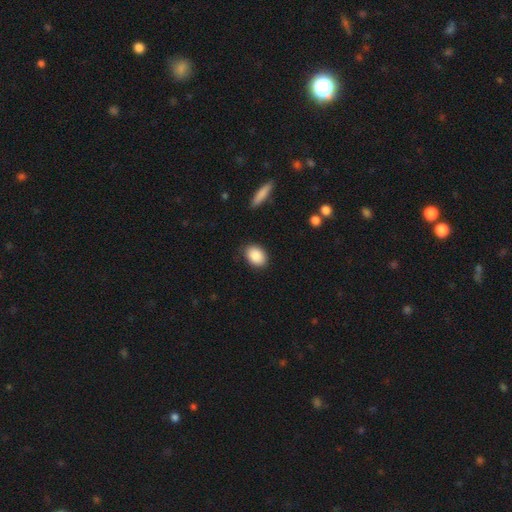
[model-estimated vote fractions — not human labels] Overall: smooth (89%). How rounded: in between (74%). Merging: none (84%).